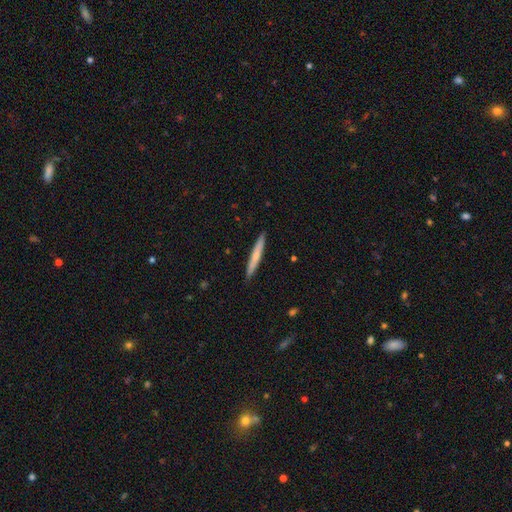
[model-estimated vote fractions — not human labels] Smooth or featured: smooth — 61% (featured or disk — 34%)
How rounded: cigar-shaped — 96% (in between — 3%)
Merging: none — 91% (minor disturbance — 7%)